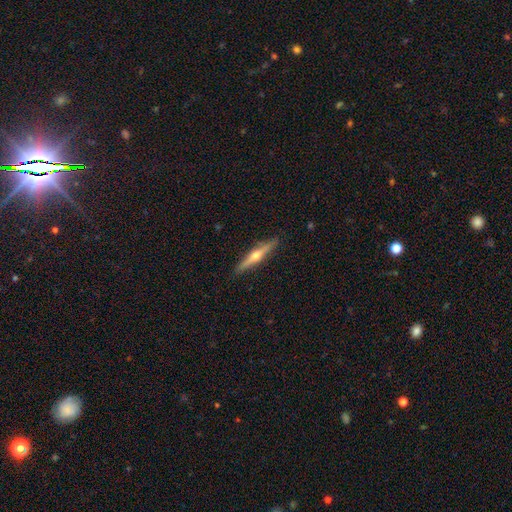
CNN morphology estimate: Q: Smooth or featured?
A: featured or disk (70%); runner-up: smooth (24%)
Q: Edge-on disk?
A: yes (97%); runner-up: no (3%)
Q: Edge-on bulge?
A: rounded (93%); runner-up: none (5%)
Q: Merging?
A: none (91%); runner-up: minor disturbance (7%)